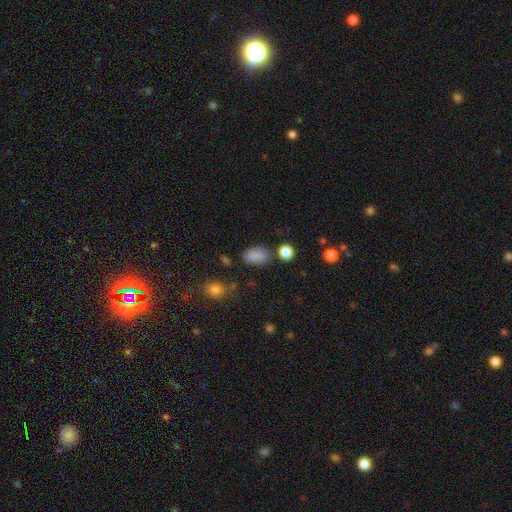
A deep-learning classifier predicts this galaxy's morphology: The model was most divided on "merging": none: 74%, minor disturbance: 16%, merger: 6%, major disturbance: 4%. More confident: how rounded — in between (87%); smooth or featured — smooth (85%).